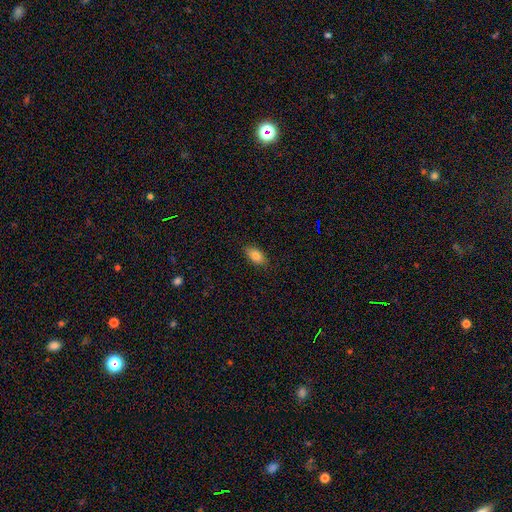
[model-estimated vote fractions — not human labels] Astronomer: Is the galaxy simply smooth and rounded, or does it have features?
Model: smooth — 83%.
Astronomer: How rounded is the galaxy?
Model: in between — 90%.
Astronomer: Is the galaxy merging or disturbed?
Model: none — 86%.